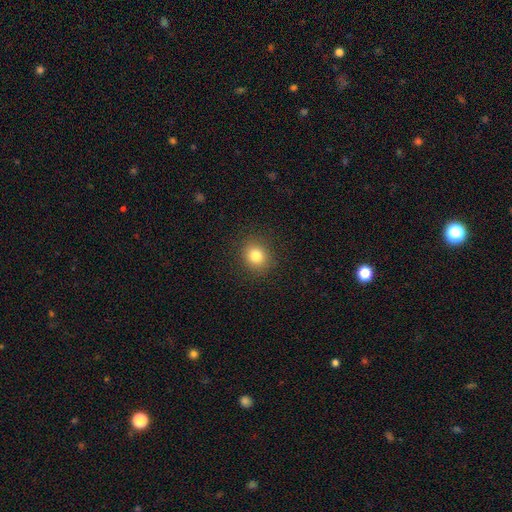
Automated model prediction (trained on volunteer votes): Smooth or featured?
  - smooth: 82% *
  - star or artifact: 11%
  - featured or disk: 7%
How rounded?
  - round: 77% *
  - in between: 22%
  - cigar-shaped: 1%
Merging?
  - none: 89% *
  - minor disturbance: 7%
  - major disturbance: 3%
  - merger: 1%